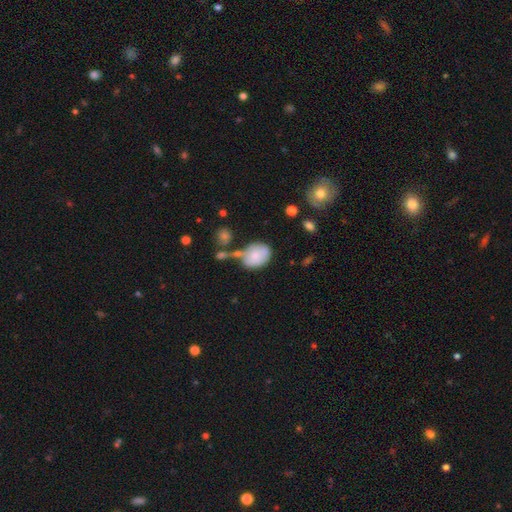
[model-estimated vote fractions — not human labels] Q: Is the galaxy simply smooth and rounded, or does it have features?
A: smooth — 75%.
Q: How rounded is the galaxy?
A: in between — 61%.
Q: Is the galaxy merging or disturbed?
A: none — 42%.